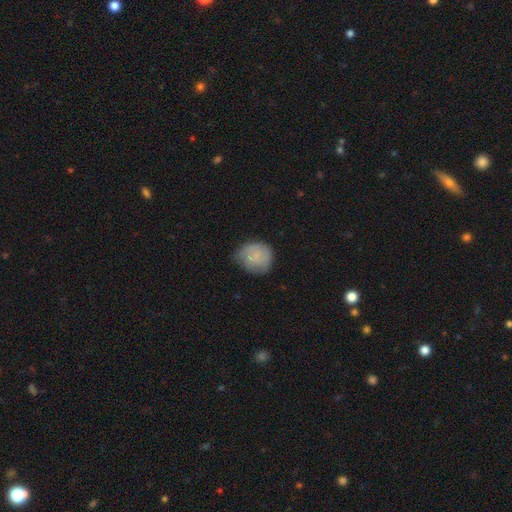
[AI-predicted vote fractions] The model was most divided on "merging": none: 57%, minor disturbance: 32%, major disturbance: 9%, merger: 2%. More confident: how rounded — round (79%); smooth or featured — smooth (66%).